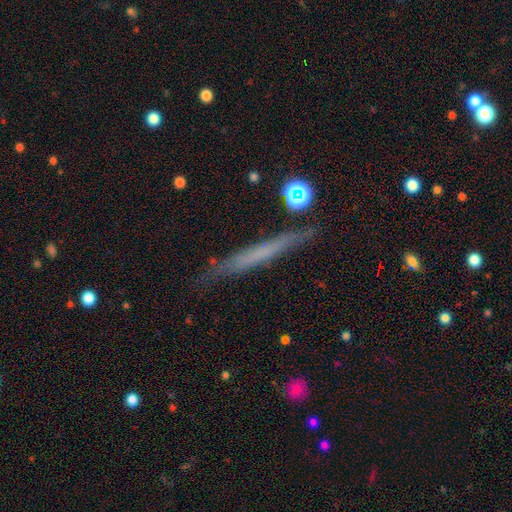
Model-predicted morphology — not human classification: smooth-or-featured: featured or disk: 45% | smooth: 44% | star or artifact: 11%
  merging: none: 82% | minor disturbance: 12% | major disturbance: 3% | merger: 2%